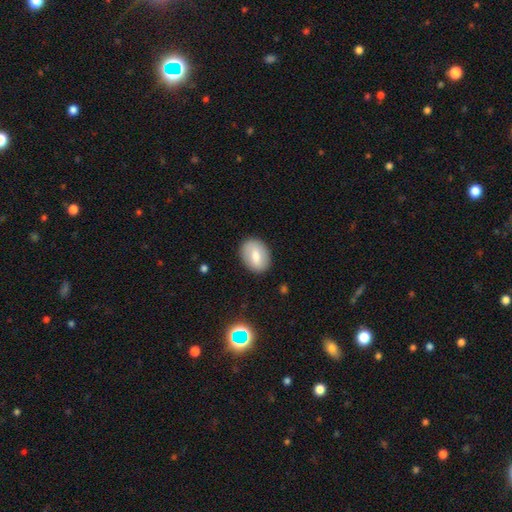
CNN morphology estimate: Smooth or featured? Predicted: smooth (p=0.69). How rounded? Predicted: in between (p=0.75). Merging? Predicted: none (p=0.85).